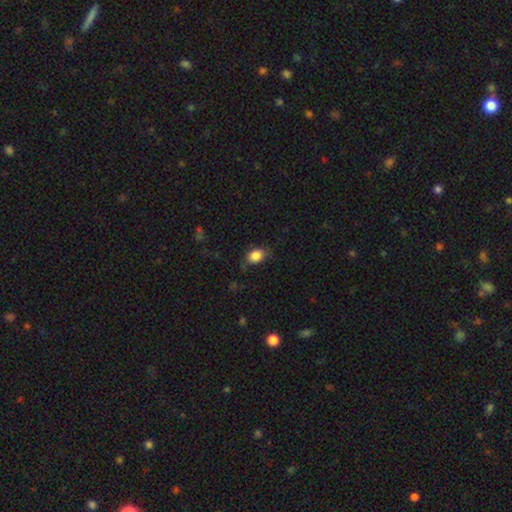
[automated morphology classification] A smooth galaxy with no disk features (85%) that is in between round and cigar-shaped (68%).

Vote fractions:
- Smooth or featured? smooth: 85% / star or artifact: 9% / featured or disk: 7%
- How rounded? in between: 68% / round: 31% / cigar-shaped: 1%
- Merging? none: 61% / minor disturbance: 26% / major disturbance: 11% / merger: 2%